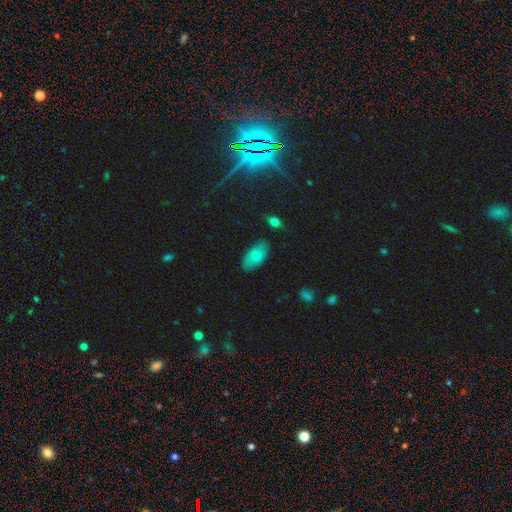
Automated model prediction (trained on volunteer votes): smooth-or-featured: smooth: 71% | featured or disk: 21% | star or artifact: 7%
  how-rounded: in between: 94% | round: 3% | cigar-shaped: 3%
  merging: none: 81% | minor disturbance: 14% | major disturbance: 3% | merger: 2%